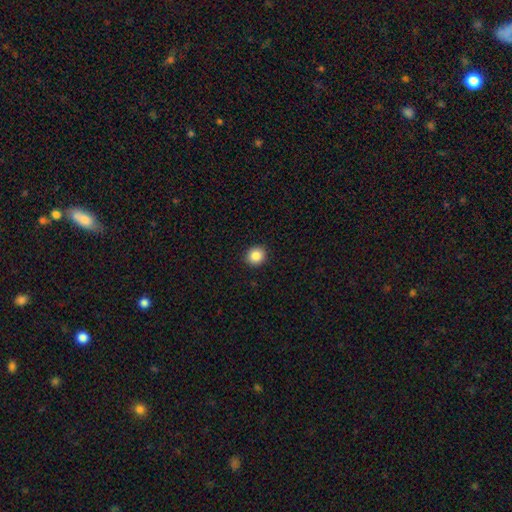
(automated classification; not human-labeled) smooth 87%, star or artifact 9%, featured or disk 4%. Down the decision tree: how rounded — round (83%); merging — none (92%).